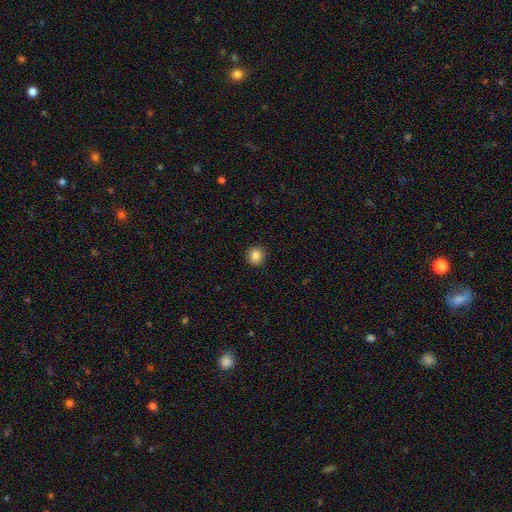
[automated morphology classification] Overall: smooth (85%). How rounded: round (88%). Merging: none (91%).